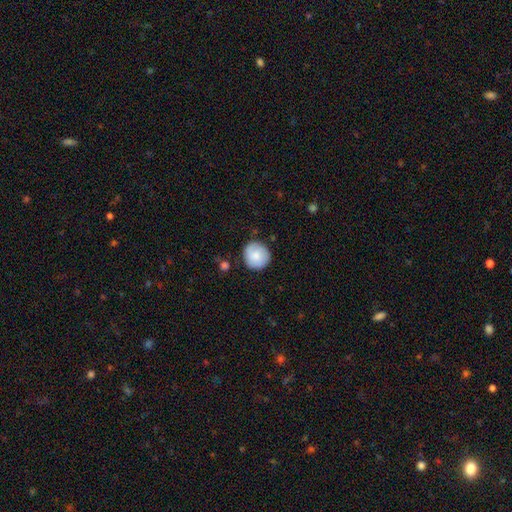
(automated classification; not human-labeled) smooth_or_featured: smooth (p=0.79) [alt: featured or disk p=0.15]
how_rounded: round (p=0.93) [alt: in between p=0.06]
merging: none (p=0.84) [alt: minor disturbance p=0.12]